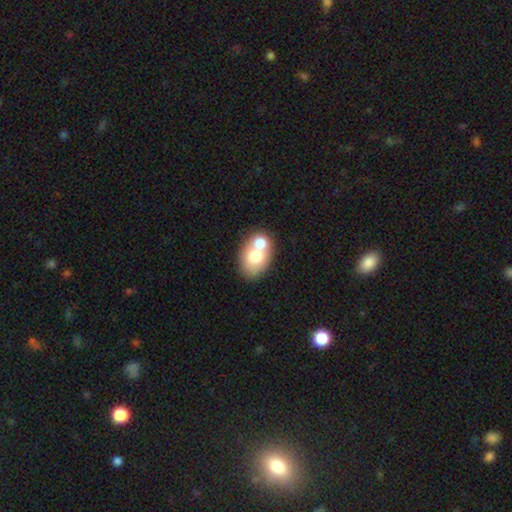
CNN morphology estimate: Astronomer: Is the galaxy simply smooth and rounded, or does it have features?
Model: smooth — 68%.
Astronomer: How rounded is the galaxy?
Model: in between — 74%.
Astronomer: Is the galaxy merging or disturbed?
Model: merger — 53% (runner-up: none, 34%).